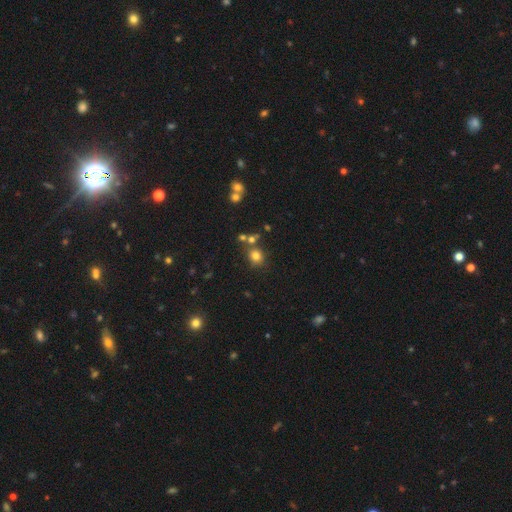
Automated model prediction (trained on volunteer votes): The model was most divided on "merging": none: 69%, merger: 16%, minor disturbance: 11%, major disturbance: 4%. More confident: how rounded — round (80%); smooth or featured — smooth (77%).